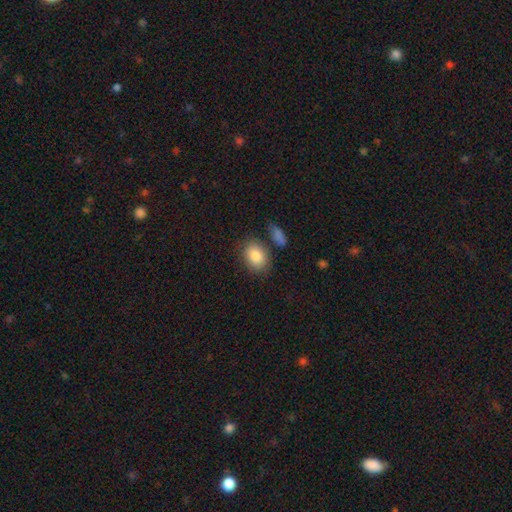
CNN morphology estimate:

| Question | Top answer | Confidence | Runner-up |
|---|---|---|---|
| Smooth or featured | smooth | 84% | featured or disk (8%) |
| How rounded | in between | 72% | round (27%) |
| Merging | none | 76% | minor disturbance (13%) |